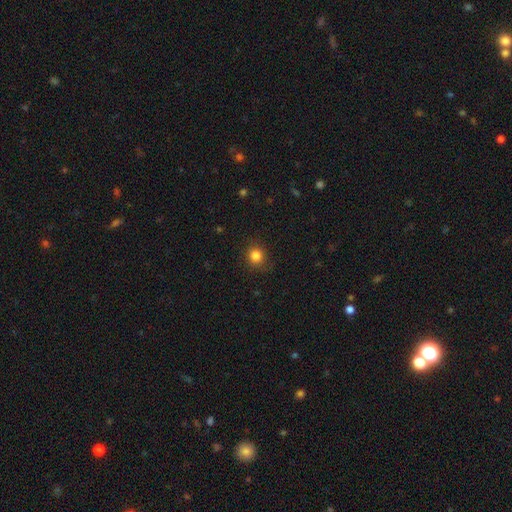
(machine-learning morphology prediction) A smooth galaxy with no disk features (84%) that is round (87%).

Vote fractions:
- Smooth or featured? smooth: 84% / star or artifact: 12% / featured or disk: 4%
- How rounded? round: 87% / in between: 12% / cigar-shaped: 1%
- Merging? none: 86% / minor disturbance: 10% / major disturbance: 3% / merger: 1%